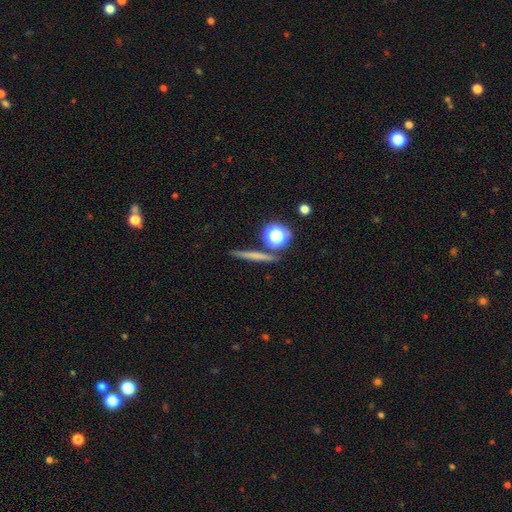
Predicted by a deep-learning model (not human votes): smooth-or-featured: smooth: 54% | featured or disk: 32% | star or artifact: 14%
  how-rounded: cigar-shaped: 75% | round: 18% | in between: 7%
  merging: none: 86% | minor disturbance: 7% | merger: 5% | major disturbance: 2%